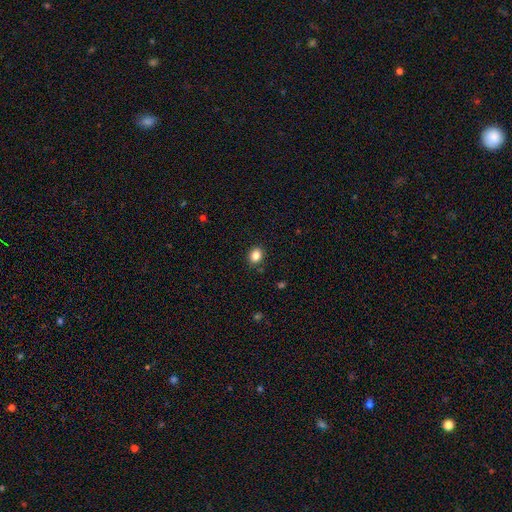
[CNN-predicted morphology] Smooth or featured?
  - smooth: 85% *
  - star or artifact: 10%
  - featured or disk: 4%
How rounded?
  - round: 53% *
  - in between: 46%
  - cigar-shaped: 1%
Merging?
  - none: 87% *
  - minor disturbance: 9%
  - major disturbance: 2%
  - merger: 1%